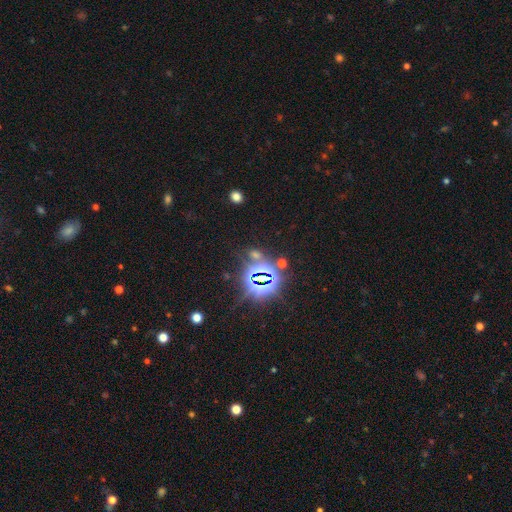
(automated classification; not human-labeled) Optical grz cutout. It shows a star or artifact, not a galaxy (76%).